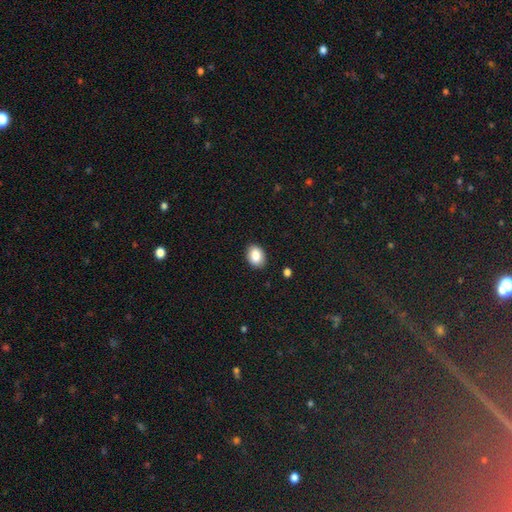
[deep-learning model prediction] smooth 88%, star or artifact 8%, featured or disk 5%. Down the decision tree: how rounded — in between (73%); merging — none (88%).